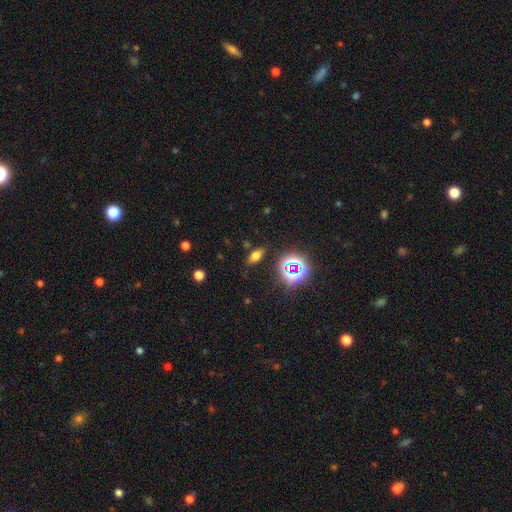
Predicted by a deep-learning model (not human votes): The model was most divided on "smooth or featured": smooth: 58%, star or artifact: 26%, featured or disk: 16%. More confident: merging — none (82%); how rounded — in between (76%).